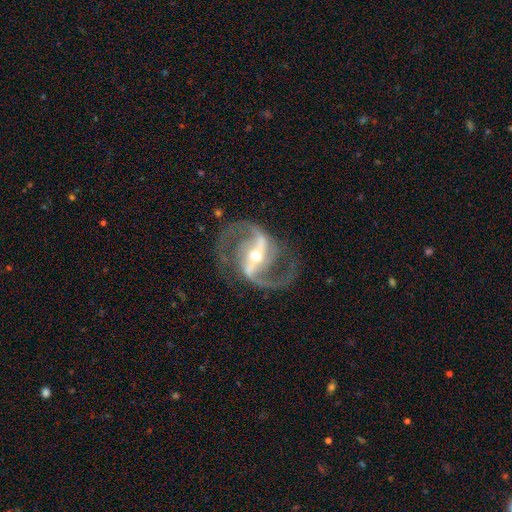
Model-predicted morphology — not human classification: smooth_or_featured: featured or disk (p=0.93) [alt: star or artifact p=0.05]
disk_edge_on: no (p=0.97) [alt: yes p=0.03]
bar: strong (p=0.65) [alt: weak p=0.26]
has_spiral_arms: yes (p=0.98) [alt: no p=0.02]
spiral_winding: medium (p=0.60) [alt: loose p=0.30]
spiral_arm_count: 2 (p=0.94) [alt: 3 p=0.02]
bulge_size: moderate (p=0.51) [alt: small p=0.44]
merging: none (p=0.80) [alt: minor disturbance p=0.12]